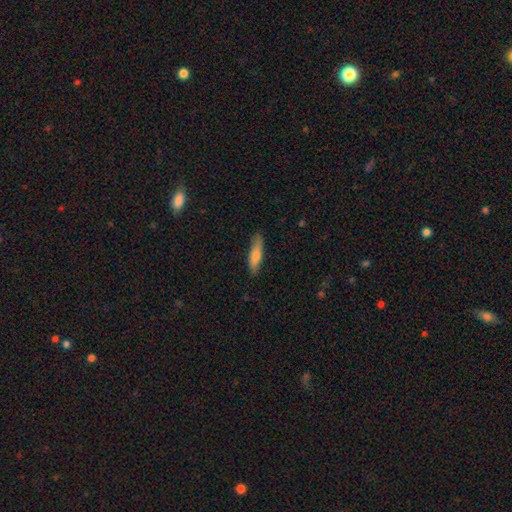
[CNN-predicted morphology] type=smooth (70%); roundness=cigar-shaped (77%); merging=none (84%).